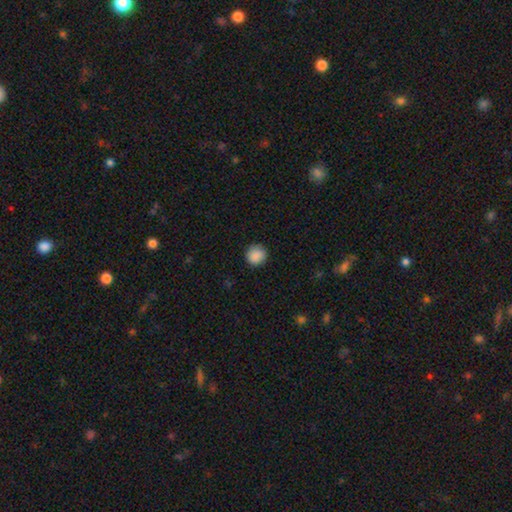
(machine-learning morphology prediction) Smooth or featured? Predicted: smooth (p=0.89). How rounded? Predicted: round (p=0.92). Merging? Predicted: none (p=0.88).